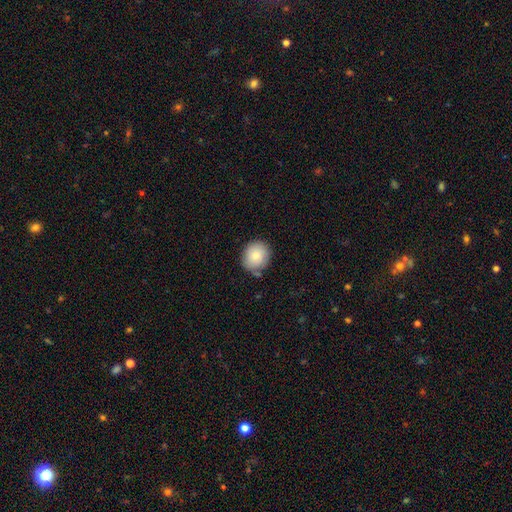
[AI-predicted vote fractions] The model was most divided on "how rounded": round: 76%, in between: 23%, cigar-shaped: 1%. More confident: smooth or featured — smooth (84%); merging — none (79%).